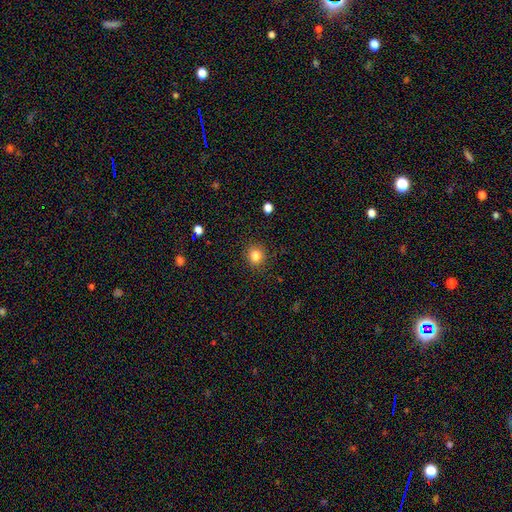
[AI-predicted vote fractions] Smooth or featured? smooth (83%)
How rounded? round (83%)
Merging? none (89%)